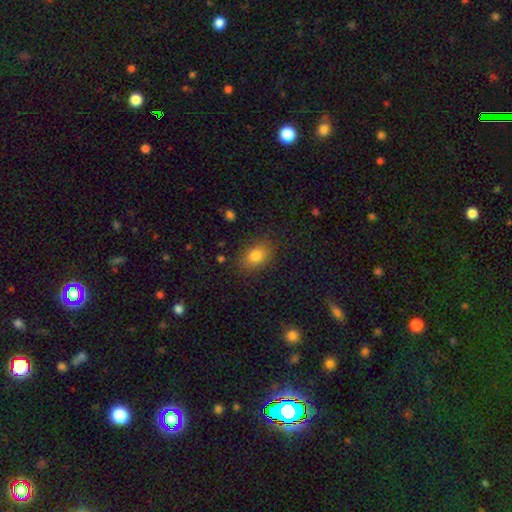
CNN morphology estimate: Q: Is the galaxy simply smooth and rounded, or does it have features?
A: smooth — 82%.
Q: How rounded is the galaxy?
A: in between — 74%.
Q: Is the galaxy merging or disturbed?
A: none — 83%.